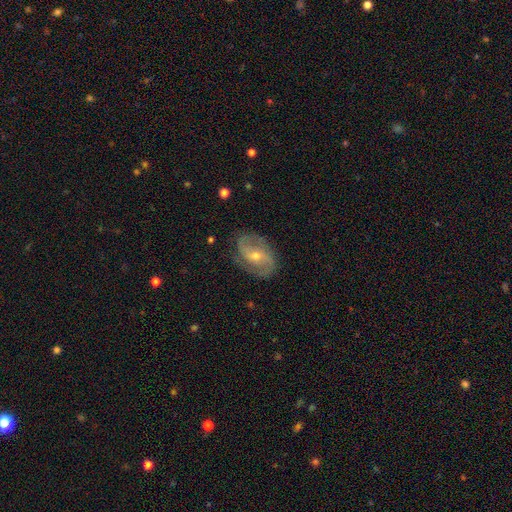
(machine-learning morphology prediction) type=featured or disk (86%); edge-on=no (97%); bar=no (42%); spiral arms=yes (95%); winding=medium (49%); arm count=2 (86%); bulge=small (55%); merging=none (80%).